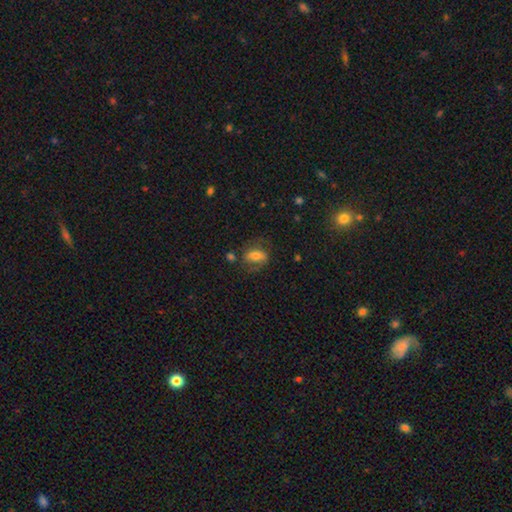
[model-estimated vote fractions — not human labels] smooth-or-featured: smooth: 58% | featured or disk: 32% | star or artifact: 10%
  how-rounded: in between: 77% | round: 17% | cigar-shaped: 5%
  merging: none: 57% | minor disturbance: 22% | major disturbance: 16% | merger: 5%